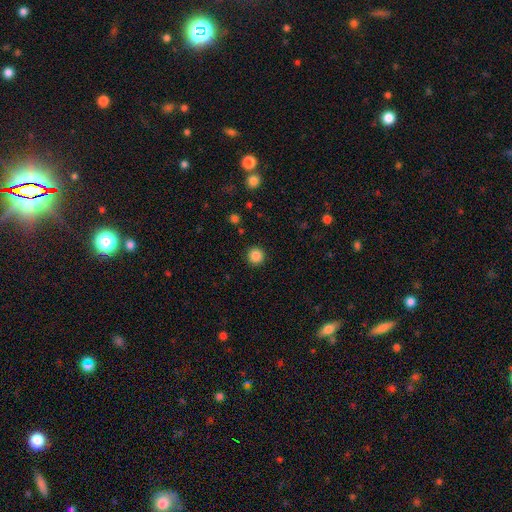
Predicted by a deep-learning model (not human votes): Smooth or featured?
  - smooth: 86% *
  - star or artifact: 11%
  - featured or disk: 3%
How rounded?
  - round: 96% *
  - in between: 3%
  - cigar-shaped: 1%
Merging?
  - none: 92% *
  - minor disturbance: 5%
  - major disturbance: 2%
  - merger: 1%